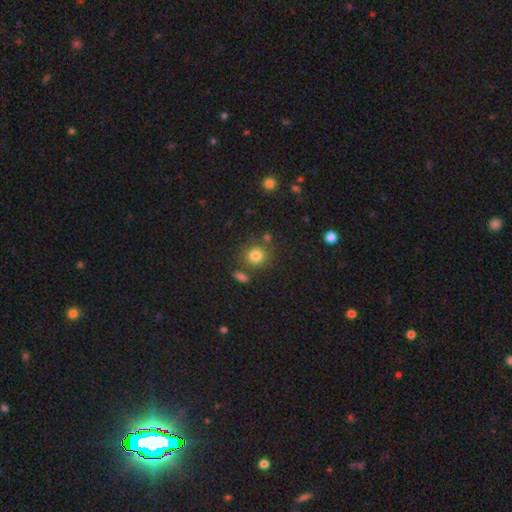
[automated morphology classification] A smooth galaxy with no disk features (81%) that is round (84%).

Vote fractions:
- Smooth or featured? smooth: 81% / star or artifact: 12% / featured or disk: 7%
- How rounded? round: 84% / in between: 15% / cigar-shaped: 1%
- Merging? none: 75% / merger: 11% / minor disturbance: 11% / major disturbance: 4%